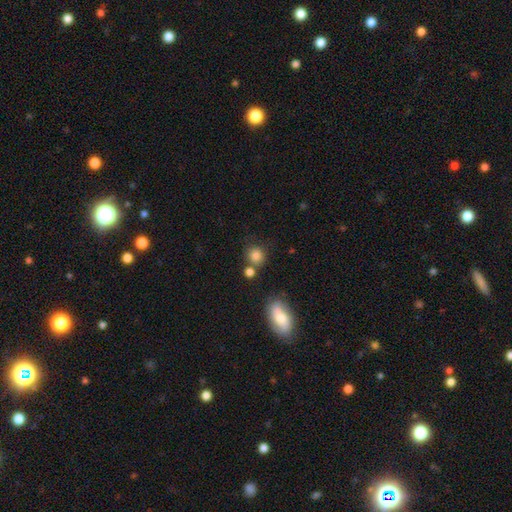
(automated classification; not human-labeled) Smooth or featured? smooth (82%)
How rounded? round (85%)
Merging? none (66%)